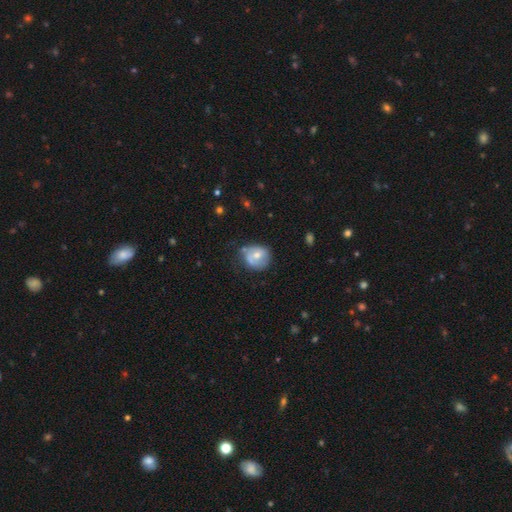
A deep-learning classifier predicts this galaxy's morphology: Smooth or featured? smooth (52%)
How rounded? round (75%)
Merging? none (57%)